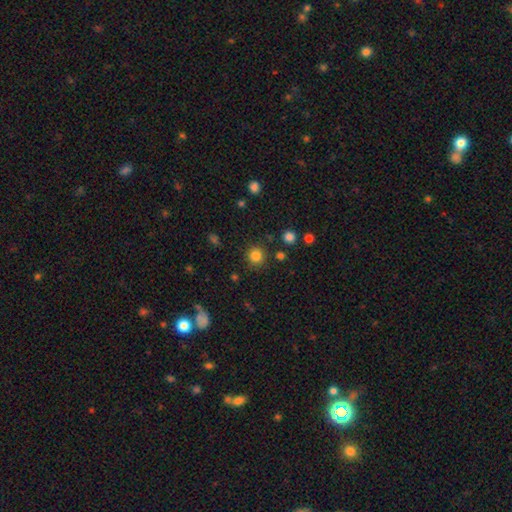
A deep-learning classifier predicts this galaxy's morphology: Smooth or featured? smooth (82%)
How rounded? round (91%)
Merging? none (86%)